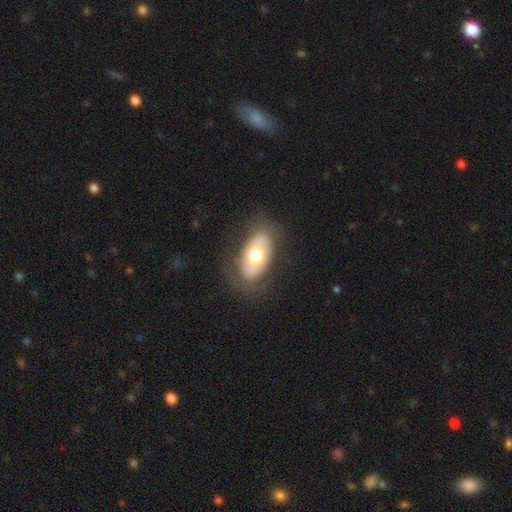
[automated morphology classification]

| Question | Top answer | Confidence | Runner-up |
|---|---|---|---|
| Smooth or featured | smooth | 58% | featured or disk (36%) |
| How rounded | in between | 92% | round (5%) |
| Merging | none | 79% | minor disturbance (14%) |